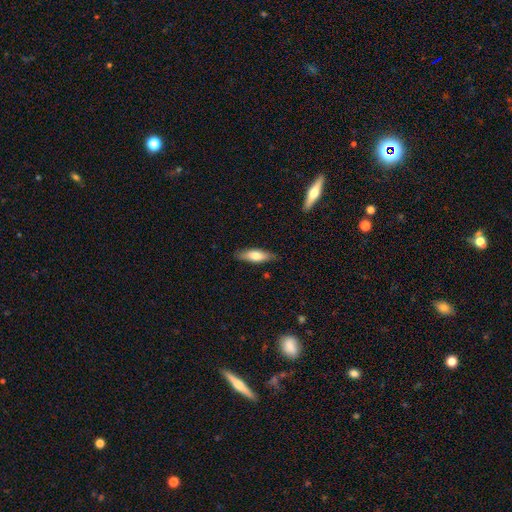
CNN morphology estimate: A smooth galaxy with no disk features (66%) that is cigar-shaped (51%). Merging: none (85%).